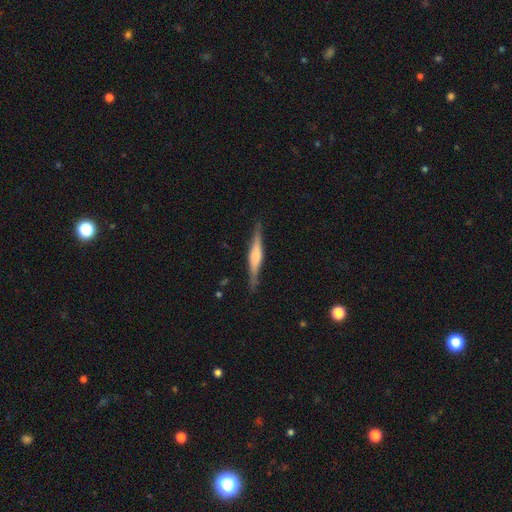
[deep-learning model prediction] This is likely a featured or disk galaxy (65%). It is clearly viewed edge-on (97%). Edge-on bulge: possibly rounded (52%). Merging: clearly none (87%).